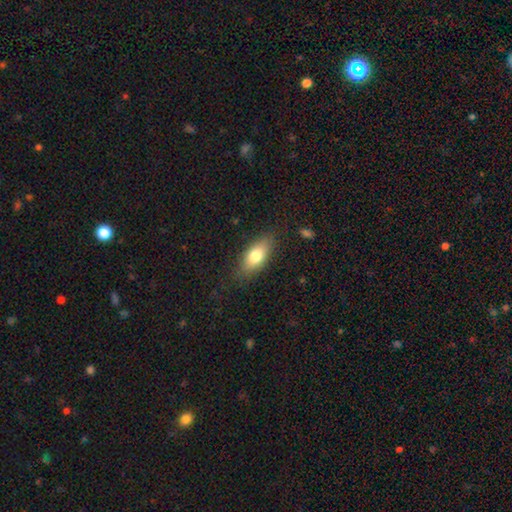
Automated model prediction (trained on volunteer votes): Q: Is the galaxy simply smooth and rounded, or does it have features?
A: smooth — 75%.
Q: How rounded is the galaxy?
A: in between — 81%.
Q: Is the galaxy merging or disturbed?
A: none — 81%.